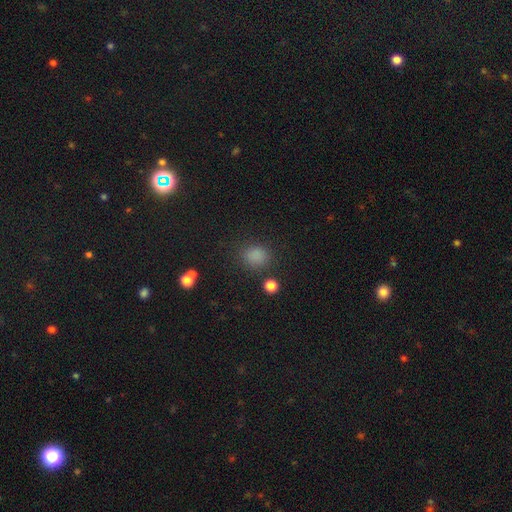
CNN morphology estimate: A smooth galaxy with no disk features (81%) that is round (73%). Merging: none (81%).